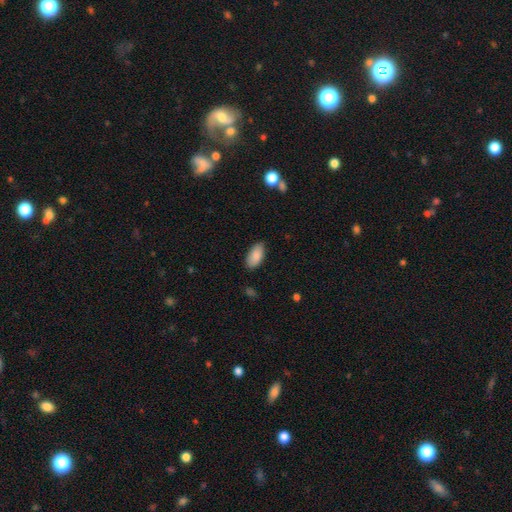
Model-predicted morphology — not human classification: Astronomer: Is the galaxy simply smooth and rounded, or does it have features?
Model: smooth — 87%.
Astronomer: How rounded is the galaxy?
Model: in between — 93%.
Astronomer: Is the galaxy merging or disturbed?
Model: none — 86%.